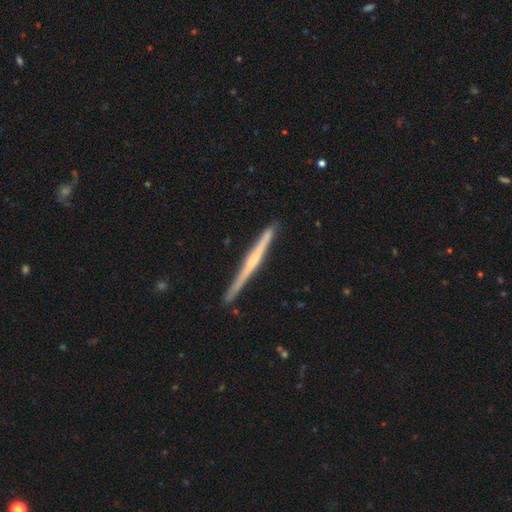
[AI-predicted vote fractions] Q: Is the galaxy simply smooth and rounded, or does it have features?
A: featured or disk — 71%.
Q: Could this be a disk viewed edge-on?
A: yes — 98%.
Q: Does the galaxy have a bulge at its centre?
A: none — 51%.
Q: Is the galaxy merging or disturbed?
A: none — 88%.